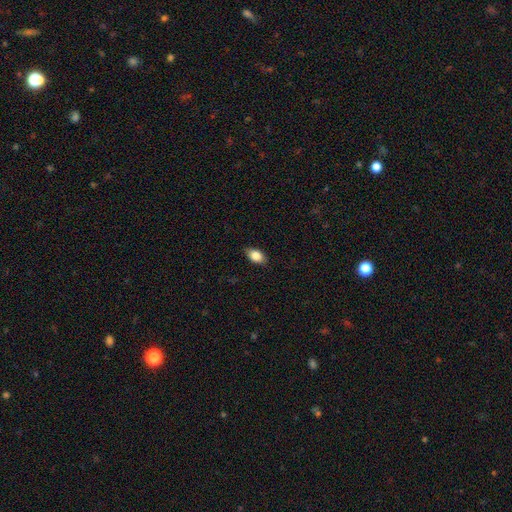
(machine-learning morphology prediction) type=smooth (84%); roundness=in between (88%); merging=none (84%).